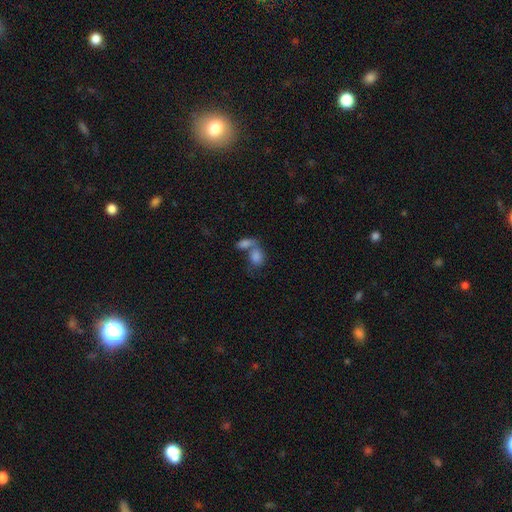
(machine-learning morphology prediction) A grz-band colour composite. It shows a smooth galaxy with no disk features (80%) that is in between round and cigar-shaped (76%). Merging: merger (61%).